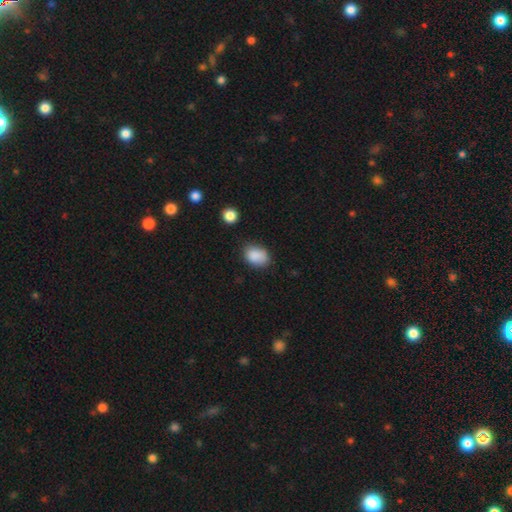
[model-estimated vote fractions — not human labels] This appears to be a smooth galaxy with no disk features (87%) that is in between round and cigar-shaped (75%). Merging: none (70%).